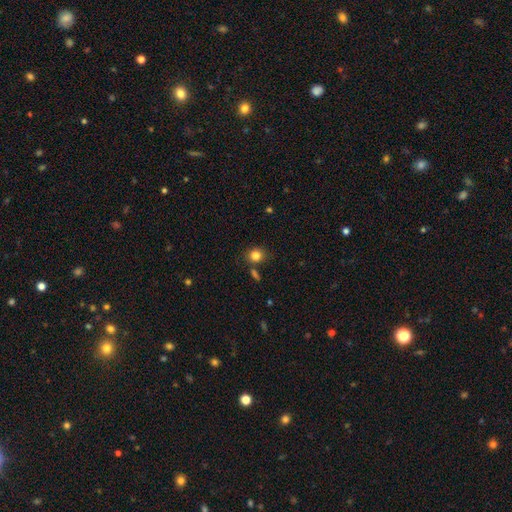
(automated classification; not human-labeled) Smooth or featured? smooth (83%)
How rounded? round (74%)
Merging? none (74%)